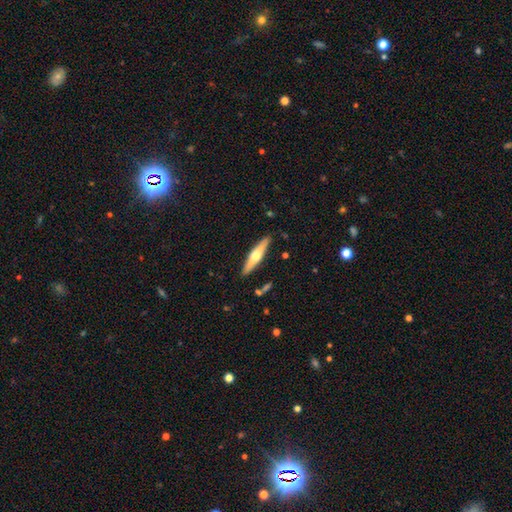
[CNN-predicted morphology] Smooth or featured: featured or disk — 55% (smooth — 40%)
Edge-on disk: yes — 93% (no — 7%)
Edge-on bulge: rounded — 93% (none — 4%)
Merging: none — 89% (minor disturbance — 8%)